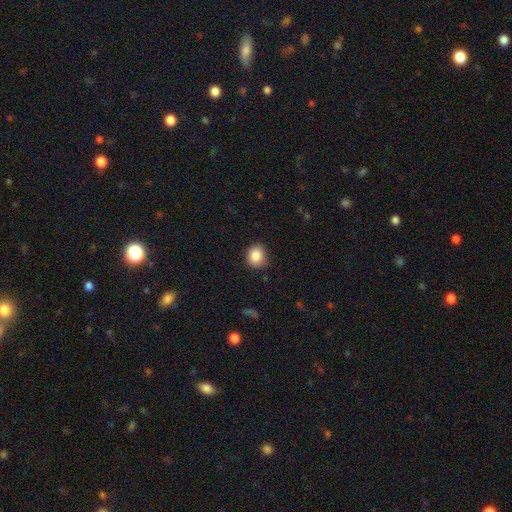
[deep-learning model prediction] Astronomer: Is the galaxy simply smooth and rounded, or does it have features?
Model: smooth — 87%.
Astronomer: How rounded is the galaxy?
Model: round — 70%.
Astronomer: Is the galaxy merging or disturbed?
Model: none — 85%.